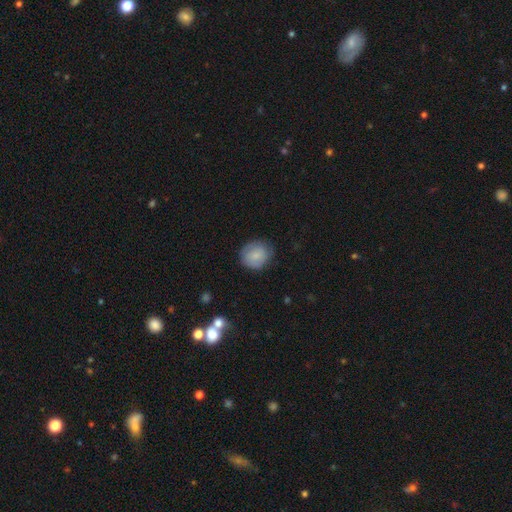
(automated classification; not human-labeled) Overall: smooth (76%). How rounded: round (75%). Merging: none (76%).